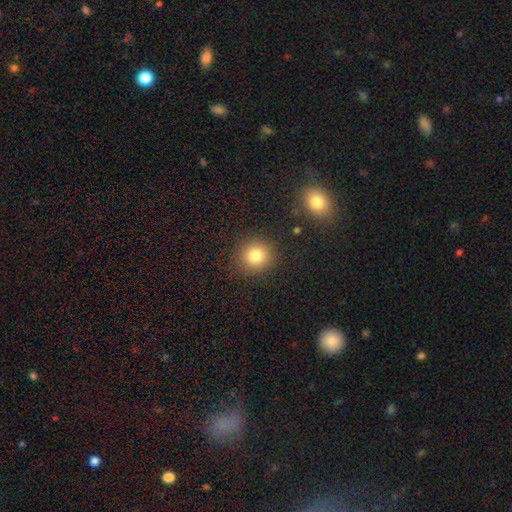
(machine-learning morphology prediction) smooth 81%, star or artifact 12%, featured or disk 7%. Down the decision tree: how rounded — round (86%); merging — none (88%).